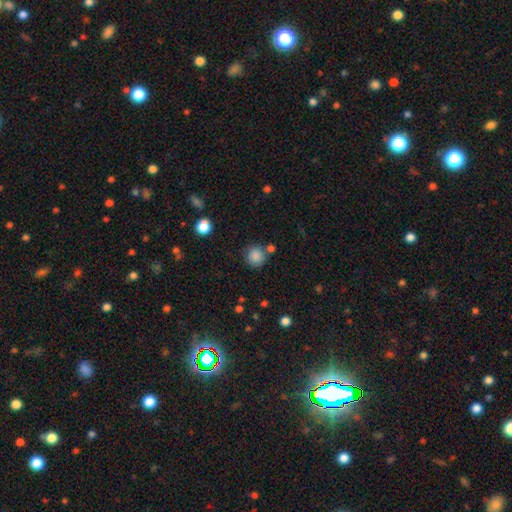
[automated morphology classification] Smooth or featured? smooth (86%)
How rounded? round (91%)
Merging? none (75%)